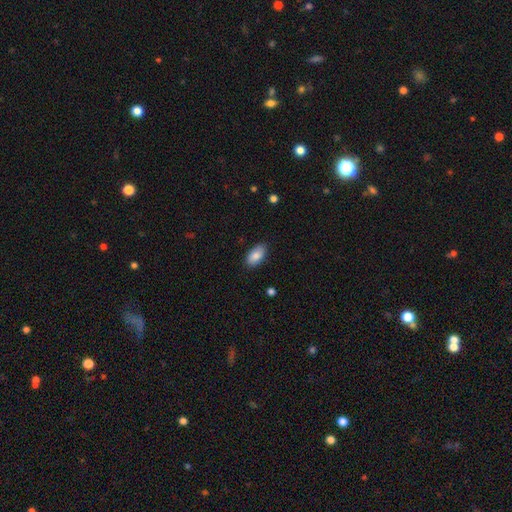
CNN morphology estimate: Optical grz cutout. It shows a smooth galaxy with no disk features (86%) that is in between round and cigar-shaped (94%). Merging: none (84%).